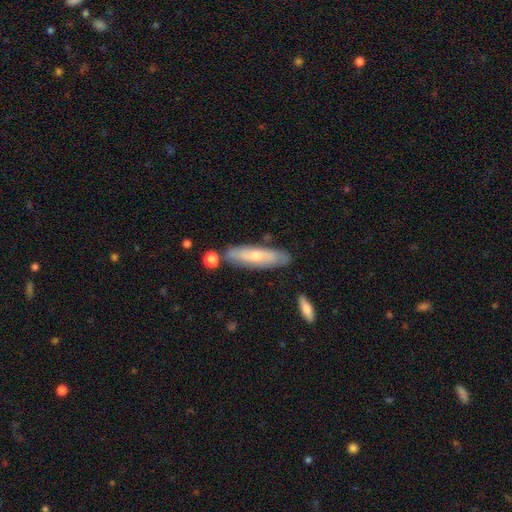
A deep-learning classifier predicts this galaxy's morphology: This appears to be a smooth galaxy with no disk features (50%). Merging: none (76%).